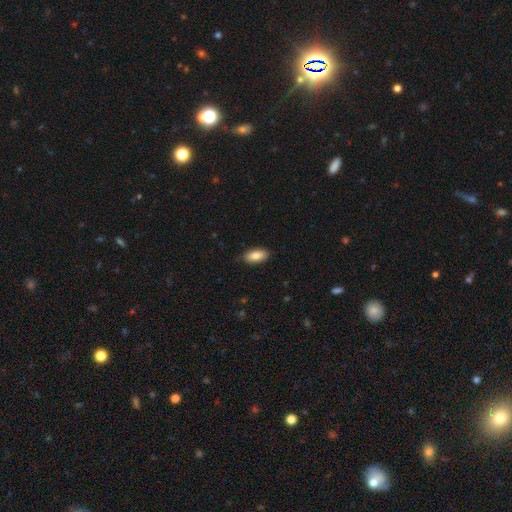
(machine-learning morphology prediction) Smooth or featured? smooth (84%)
How rounded? in between (91%)
Merging? none (84%)